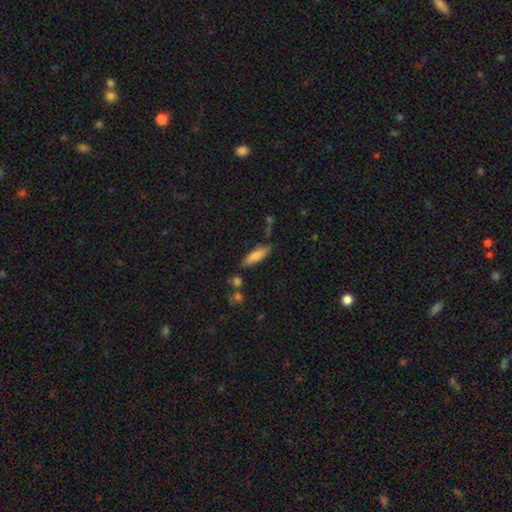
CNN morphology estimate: The model was most divided on "how rounded": in between: 51%, cigar-shaped: 47%, round: 2%. More confident: smooth or featured — smooth (82%); merging — none (75%).